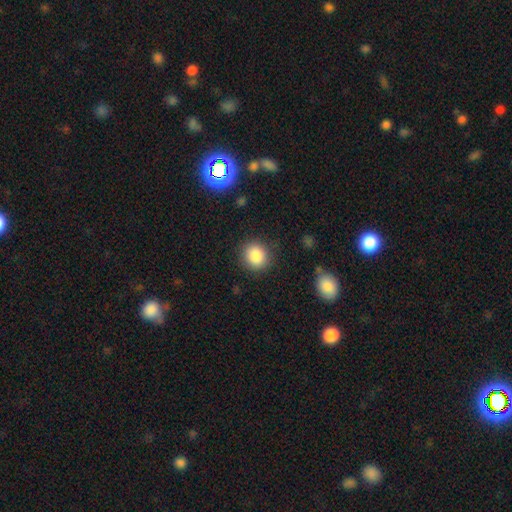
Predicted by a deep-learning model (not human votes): Overall: smooth (86%). How rounded: round (85%). Merging: none (87%).